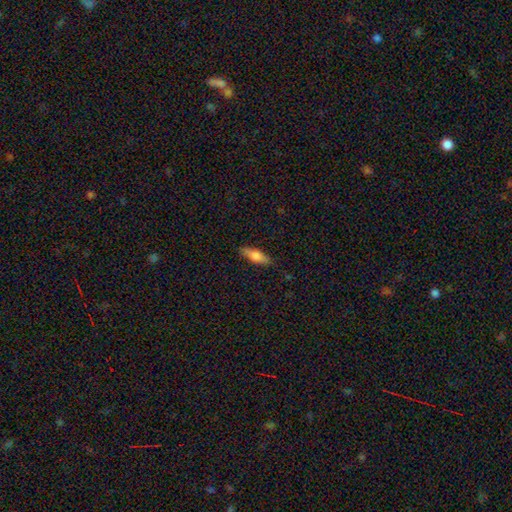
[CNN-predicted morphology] A smooth galaxy with no disk features (75%) that is in between round and cigar-shaped (51%).

Vote fractions:
- Smooth or featured? smooth: 75% / featured or disk: 19% / star or artifact: 7%
- How rounded? in between: 51% / cigar-shaped: 46% / round: 2%
- Merging? none: 84% / minor disturbance: 12% / major disturbance: 3% / merger: 1%